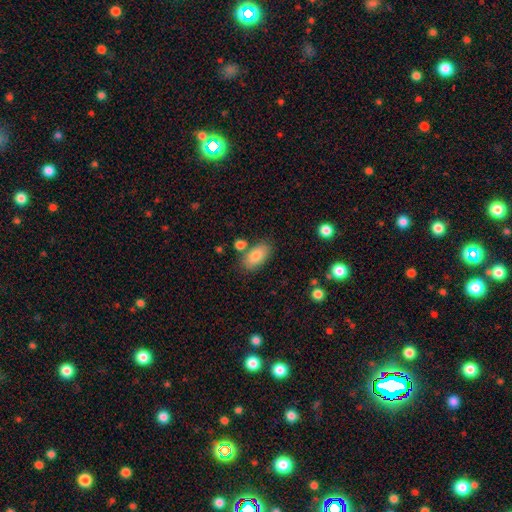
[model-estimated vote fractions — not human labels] smooth-or-featured: smooth: 82% | featured or disk: 10% | star or artifact: 7%
  how-rounded: in between: 91% | cigar-shaped: 5% | round: 4%
  merging: none: 73% | minor disturbance: 14% | merger: 10% | major disturbance: 3%